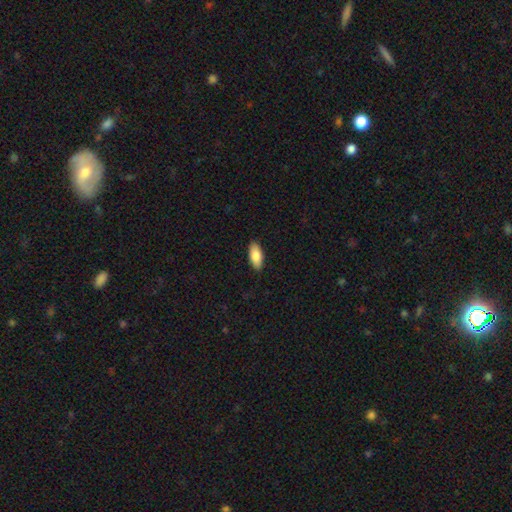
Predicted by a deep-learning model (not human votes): A smooth galaxy with no disk features (85%) that is in between round and cigar-shaped (87%).

Vote fractions:
- Smooth or featured? smooth: 85% / featured or disk: 9% / star or artifact: 6%
- How rounded? in between: 87% / cigar-shaped: 11% / round: 2%
- Merging? none: 89% / minor disturbance: 9% / major disturbance: 2% / merger: 1%